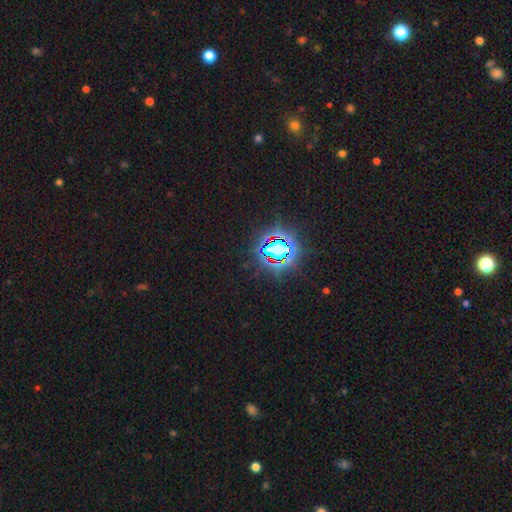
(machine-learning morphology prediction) The model was most divided on "smooth or featured": star or artifact: 81%, smooth: 12%, featured or disk: 7%.